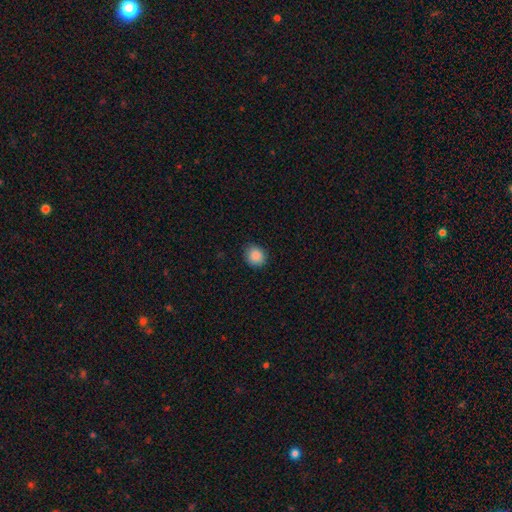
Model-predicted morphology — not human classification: smooth-or-featured: smooth: 89% | star or artifact: 9% | featured or disk: 3%
  how-rounded: round: 80% | in between: 19% | cigar-shaped: 1%
  merging: none: 86% | minor disturbance: 11% | major disturbance: 2% | merger: 1%